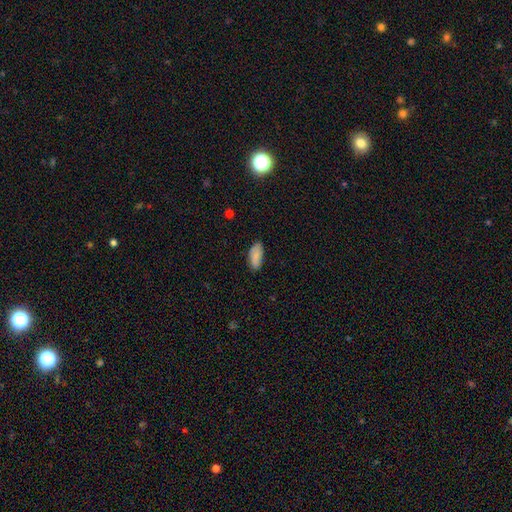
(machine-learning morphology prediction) Q: Smooth or featured?
A: smooth (87%); runner-up: star or artifact (7%)
Q: How rounded?
A: in between (88%); runner-up: cigar-shaped (10%)
Q: Merging?
A: none (80%); runner-up: minor disturbance (16%)